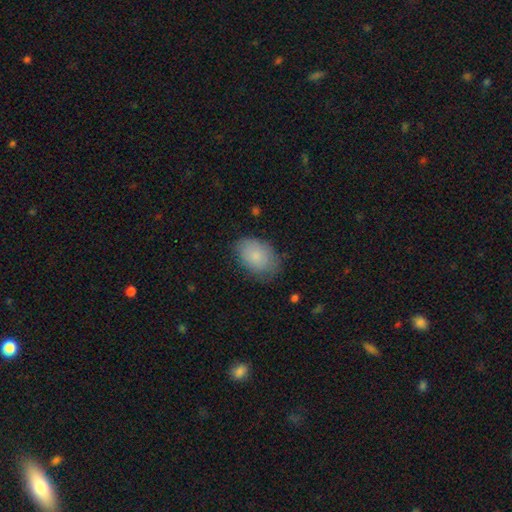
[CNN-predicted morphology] Q: Smooth or featured?
A: smooth (82%); runner-up: featured or disk (11%)
Q: How rounded?
A: in between (85%); runner-up: round (14%)
Q: Merging?
A: none (70%); runner-up: minor disturbance (23%)